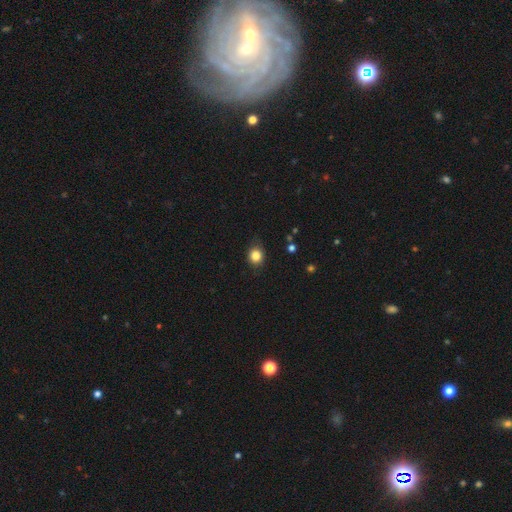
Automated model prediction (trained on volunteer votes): Smooth or featured? Predicted: smooth (p=0.83). How rounded? Predicted: round (p=0.72). Merging? Predicted: none (p=0.82).